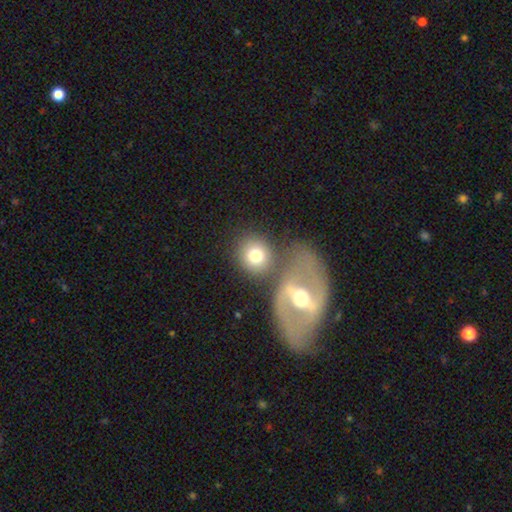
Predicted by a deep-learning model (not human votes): smooth 69%, featured or disk 23%, star or artifact 8%. Down the decision tree: how rounded — round (75%); merging — none (51%).